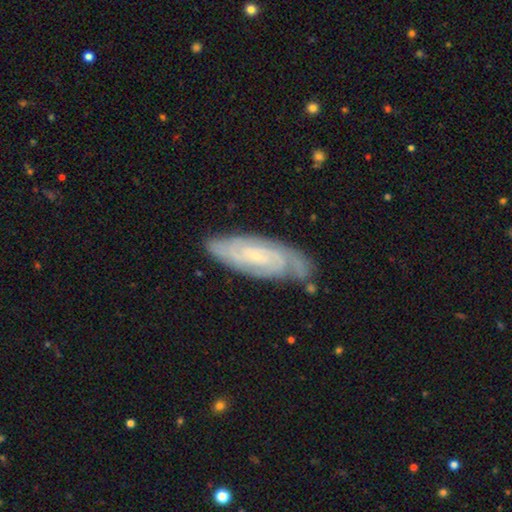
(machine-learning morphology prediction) Smooth or featured? Predicted: featured or disk (p=0.80). Edge-on disk? Predicted: no (p=0.89). Bar? Predicted: no (p=0.61). Spiral arms? Predicted: yes (p=0.95). Spiral winding? Predicted: tight (p=0.70). Spiral arm count? Predicted: can't tell (p=0.34). Bulge size? Predicted: small (p=0.77). Merging? Predicted: none (p=0.75).